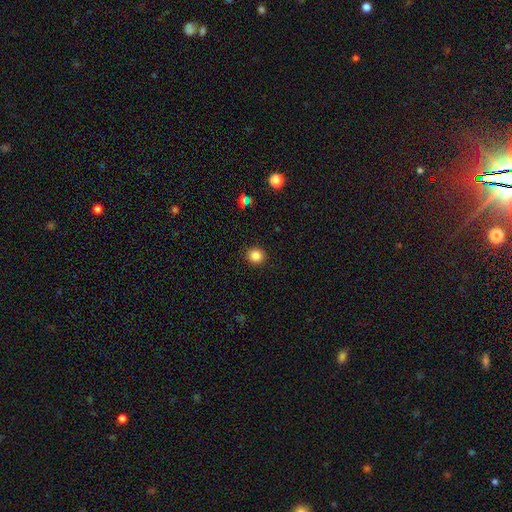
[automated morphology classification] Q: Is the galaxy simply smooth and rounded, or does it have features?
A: smooth — 86%.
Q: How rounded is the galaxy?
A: round — 86%.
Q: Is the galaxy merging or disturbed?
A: none — 91%.